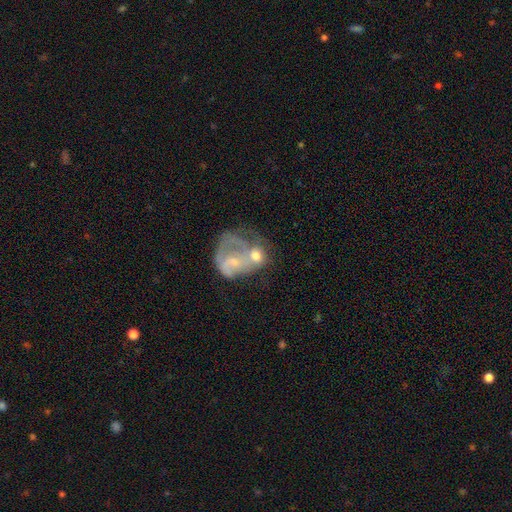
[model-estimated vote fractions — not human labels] The model was most divided on "smooth or featured": featured or disk: 48%, smooth: 42%, star or artifact: 9%. More confident: merging — merger (55%).